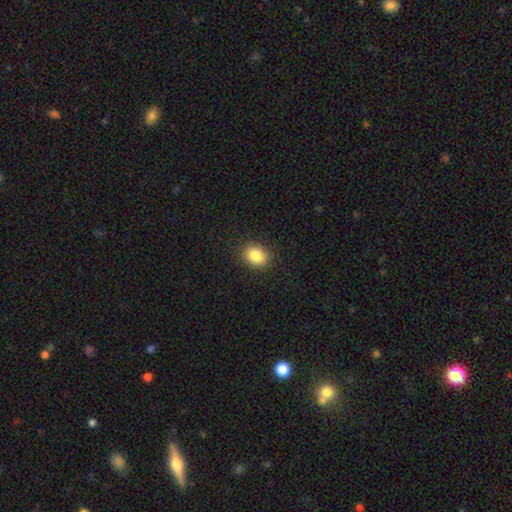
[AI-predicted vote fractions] Overall: smooth (85%). How rounded: round (52%; in between 47%). Merging: none (88%).